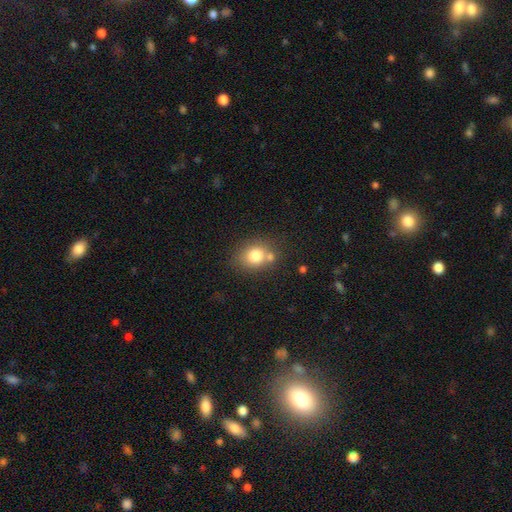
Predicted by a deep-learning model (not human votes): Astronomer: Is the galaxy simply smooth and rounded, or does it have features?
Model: smooth — 78%.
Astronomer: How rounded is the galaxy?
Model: round — 58% (runner-up: in between, 41%).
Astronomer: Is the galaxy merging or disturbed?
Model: none — 60%.